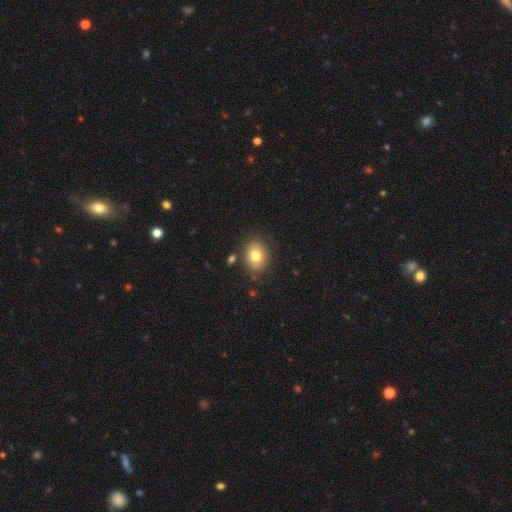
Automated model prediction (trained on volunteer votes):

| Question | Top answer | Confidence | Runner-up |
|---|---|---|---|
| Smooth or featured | smooth | 79% | featured or disk (12%) |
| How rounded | in between | 60% | round (39%) |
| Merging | none | 84% | minor disturbance (10%) |